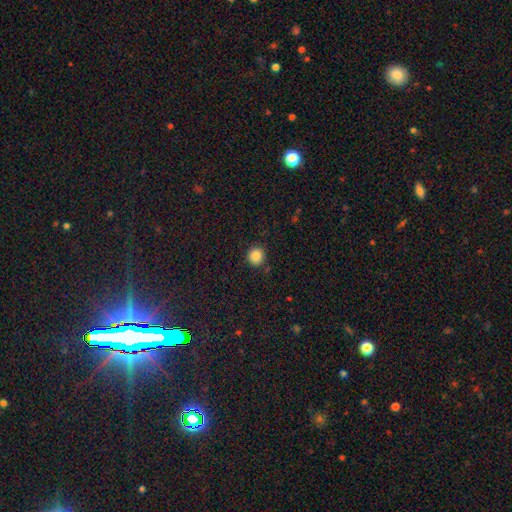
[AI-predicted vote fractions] smooth 85%, star or artifact 11%, featured or disk 5%. Down the decision tree: how rounded — round (92%); merging — none (88%).